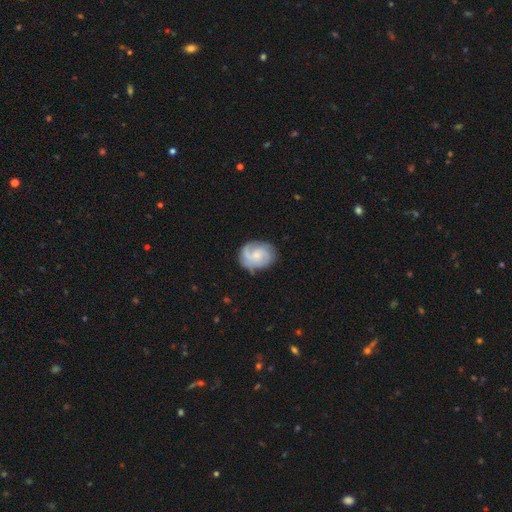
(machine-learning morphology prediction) Smooth or featured? Predicted: featured or disk (p=0.68). Edge-on disk? Predicted: no (p=0.98). Bar? Predicted: no (p=0.68). Spiral arms? Predicted: yes (p=0.93). Spiral winding? Predicted: medium (p=0.42). Spiral arm count? Predicted: 2 (p=0.38). Bulge size? Predicted: small (p=0.61). Merging? Predicted: none (p=0.71).